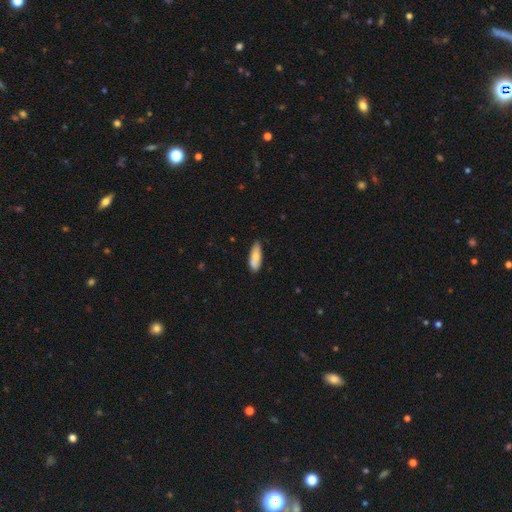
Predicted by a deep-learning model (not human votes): Smooth or featured? Predicted: smooth (p=0.78). How rounded? Predicted: in between (p=0.63). Merging? Predicted: none (p=0.77).